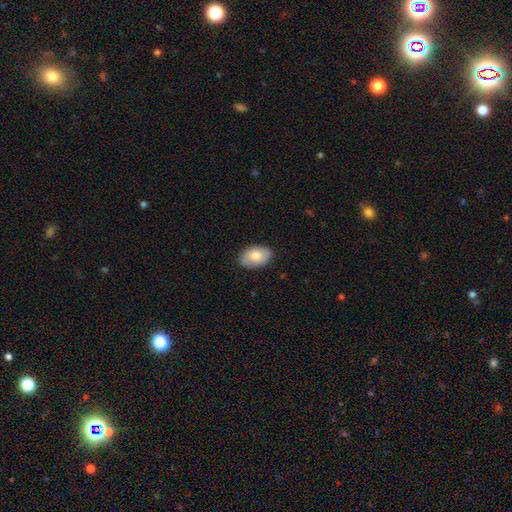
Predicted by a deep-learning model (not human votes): Morphology: type=smooth (76%); roundness=in between (90%); merging=none (84%).